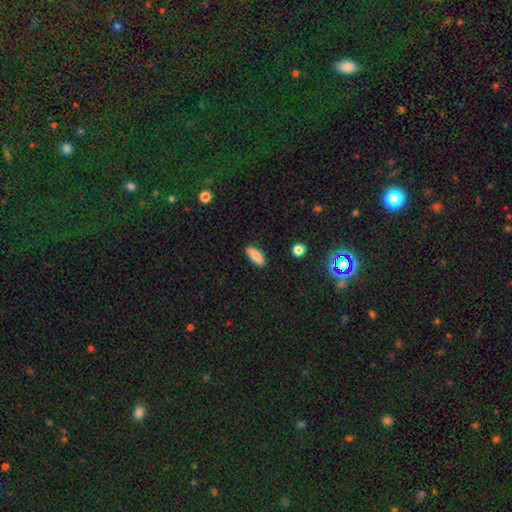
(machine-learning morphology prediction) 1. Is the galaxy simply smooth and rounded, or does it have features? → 85% smooth, 8% star or artifact, 7% featured or disk.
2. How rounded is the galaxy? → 75% in between, 22% cigar-shaped, 2% round.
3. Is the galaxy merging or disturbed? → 83% none, 13% minor disturbance, 2% major disturbance, 2% merger.